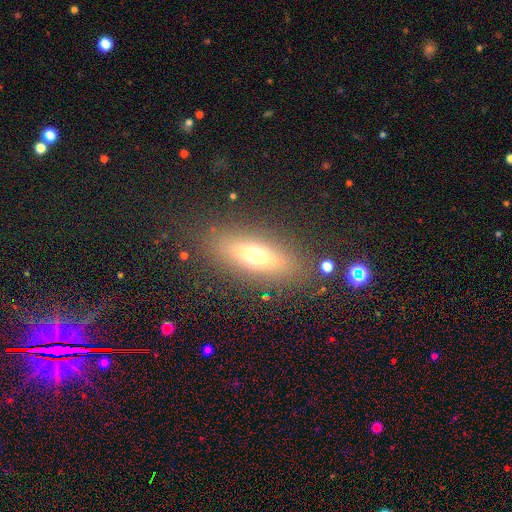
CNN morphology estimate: smooth 60%, featured or disk 27%, star or artifact 13%. Down the decision tree: how rounded — in between (57%); merging — none (83%).